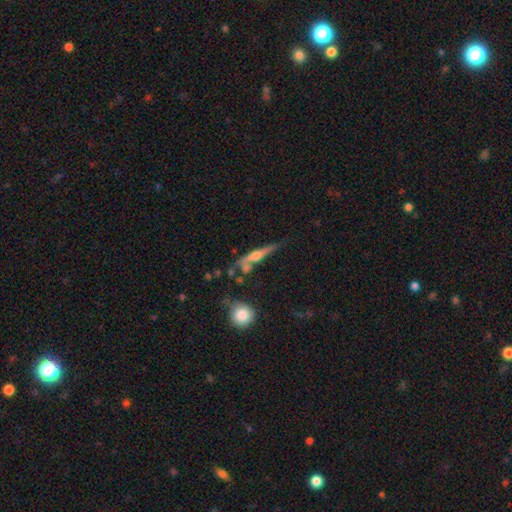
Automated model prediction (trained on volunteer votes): smooth-or-featured: featured or disk: 63% | smooth: 29% | star or artifact: 8%
  disk-edge-on: yes: 90% | no: 10%
    edge-on-bulge: rounded: 86% | boxy: 8% | none: 7%
  merging: none: 55% | minor disturbance: 21% | merger: 15% | major disturbance: 9%